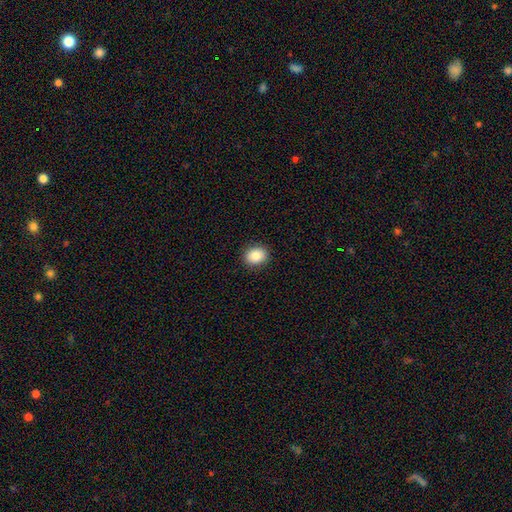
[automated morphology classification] Smooth or featured? Predicted: smooth (p=0.85). How rounded? Predicted: round (p=0.55). Merging? Predicted: none (p=0.90).